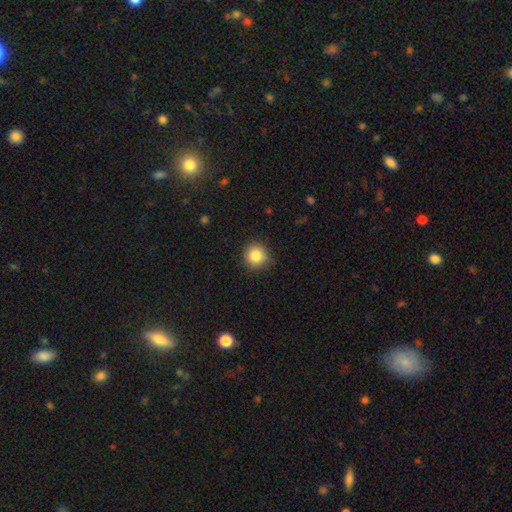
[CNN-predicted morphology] Smooth or featured?
  - smooth: 84% *
  - star or artifact: 10%
  - featured or disk: 6%
How rounded?
  - round: 92% *
  - in between: 7%
  - cigar-shaped: 1%
Merging?
  - none: 85% *
  - minor disturbance: 12%
  - major disturbance: 2%
  - merger: 1%